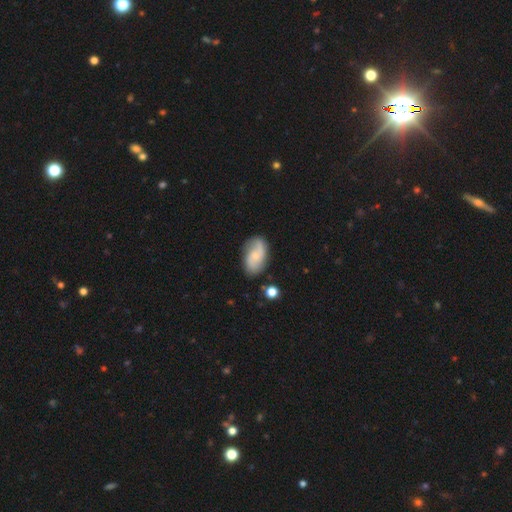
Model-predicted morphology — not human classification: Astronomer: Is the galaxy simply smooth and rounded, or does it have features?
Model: featured or disk — 58% (runner-up: smooth, 36%).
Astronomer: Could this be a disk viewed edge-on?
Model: no — 96%.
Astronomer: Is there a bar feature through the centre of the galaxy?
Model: no — 64%.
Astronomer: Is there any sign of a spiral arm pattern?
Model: yes — 89%.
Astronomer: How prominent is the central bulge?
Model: small — 66%.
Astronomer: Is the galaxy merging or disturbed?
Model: none — 75%.